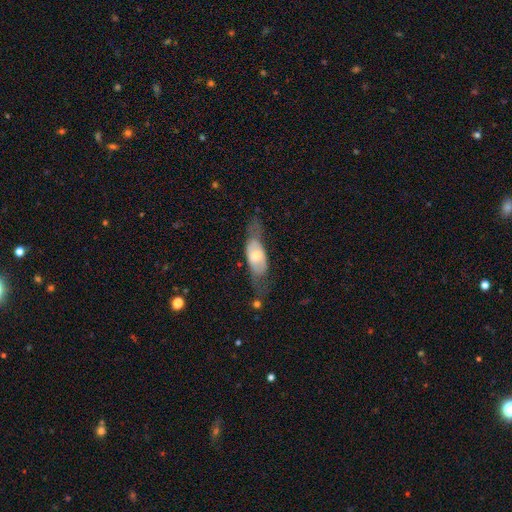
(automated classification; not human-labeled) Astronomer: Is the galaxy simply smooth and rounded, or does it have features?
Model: featured or disk — 51% (runner-up: smooth, 43%).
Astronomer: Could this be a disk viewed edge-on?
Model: no — 68%.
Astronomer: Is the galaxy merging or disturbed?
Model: none — 47% (runner-up: minor disturbance, 26%).